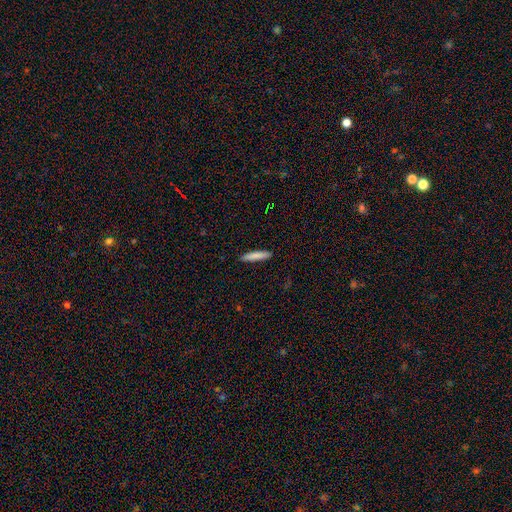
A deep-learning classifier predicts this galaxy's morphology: Smooth or featured? Predicted: smooth (p=0.83). How rounded? Predicted: cigar-shaped (p=0.92). Merging? Predicted: none (p=0.90).